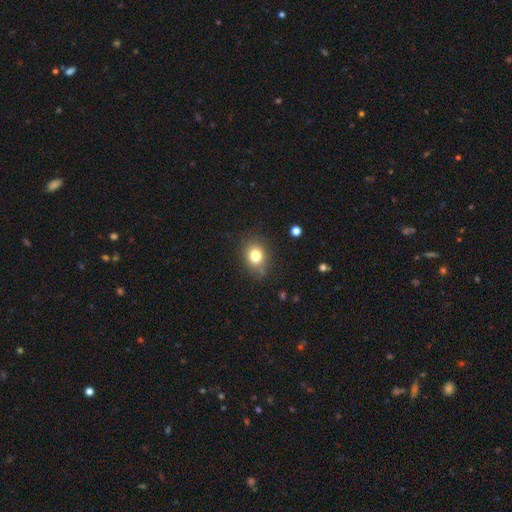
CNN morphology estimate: The model was most divided on "how rounded": round: 58%, in between: 41%, cigar-shaped: 1%. More confident: merging — none (80%); smooth or featured — smooth (78%).